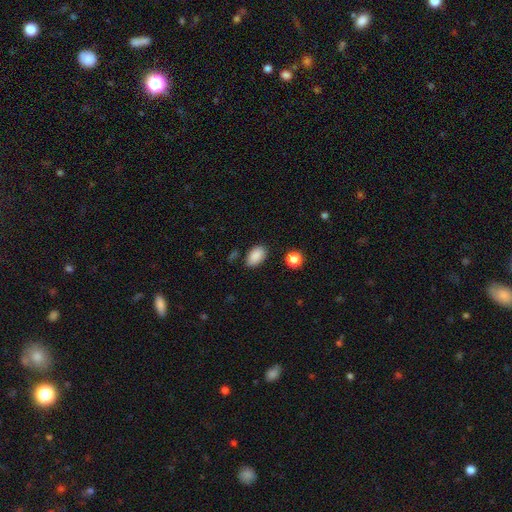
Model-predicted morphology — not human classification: Smooth or featured? Predicted: smooth (p=0.88). How rounded? Predicted: in between (p=0.91). Merging? Predicted: none (p=0.81).